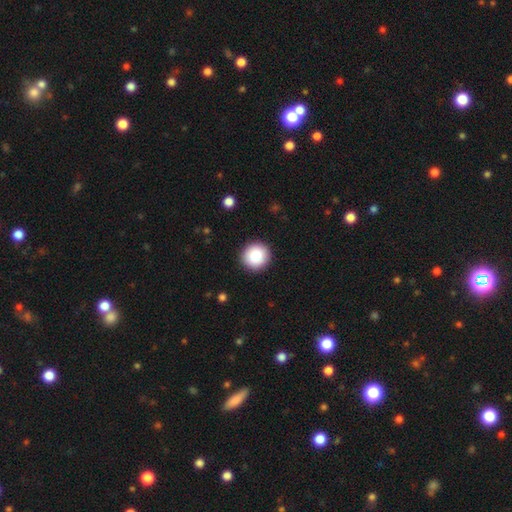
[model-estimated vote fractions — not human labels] Smooth or featured: smooth — 84% (star or artifact — 8%)
How rounded: round — 94% (in between — 5%)
Merging: none — 92% (minor disturbance — 6%)